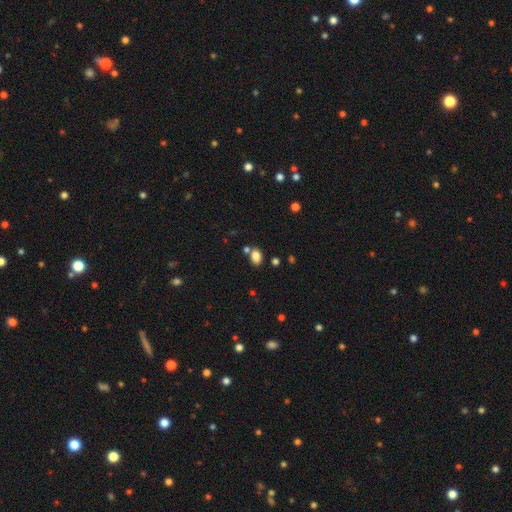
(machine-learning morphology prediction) Smooth or featured? Predicted: smooth (p=0.84). How rounded? Predicted: in between (p=0.78). Merging? Predicted: none (p=0.67).